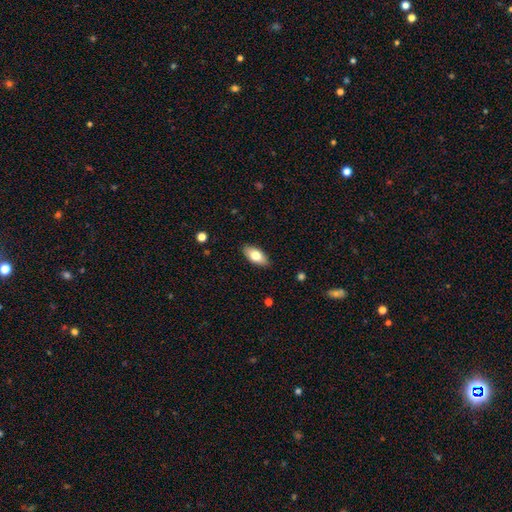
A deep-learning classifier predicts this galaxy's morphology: Smooth or featured?
  - smooth: 77% *
  - featured or disk: 17%
  - star or artifact: 6%
How rounded?
  - in between: 91% *
  - cigar-shaped: 6%
  - round: 3%
Merging?
  - none: 89% *
  - minor disturbance: 8%
  - major disturbance: 2%
  - merger: 1%